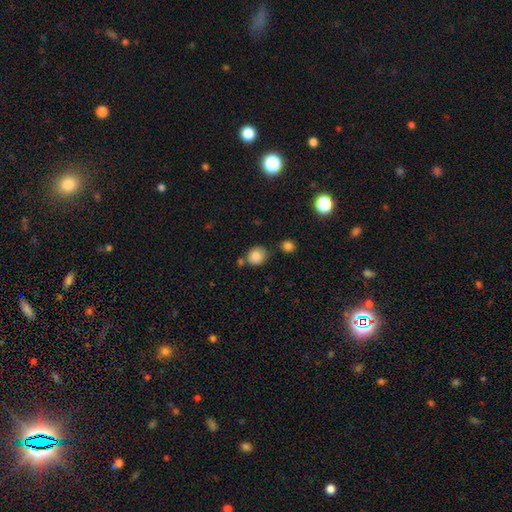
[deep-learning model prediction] A smooth galaxy with no disk features (84%) that is round (70%). Merging: none (66%).